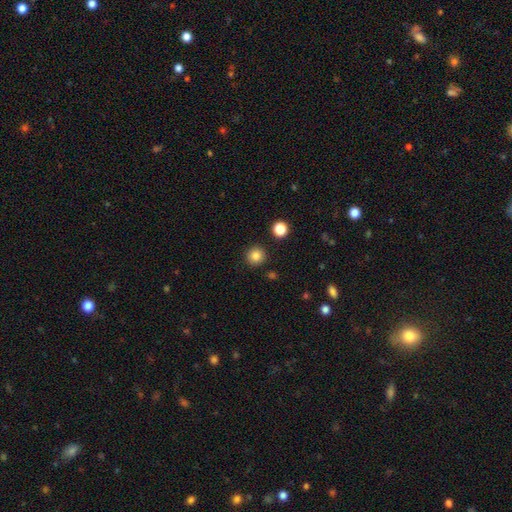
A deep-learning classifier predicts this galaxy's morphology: A smooth galaxy with no disk features (84%) that is round (94%). Merging: none (91%).